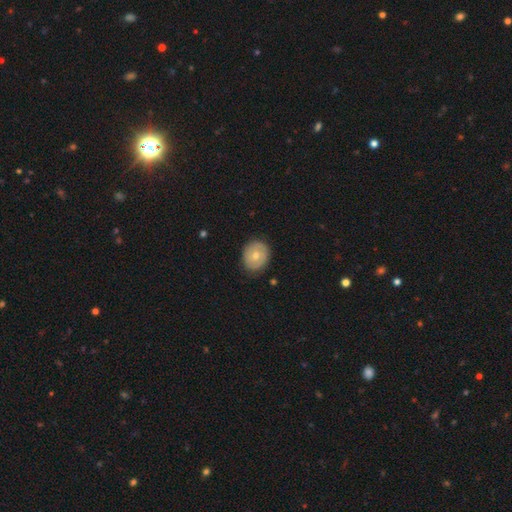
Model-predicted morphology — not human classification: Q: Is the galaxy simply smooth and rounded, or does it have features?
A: smooth — 59%.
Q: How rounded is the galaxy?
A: round — 66%.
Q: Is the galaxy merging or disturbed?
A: none — 82%.